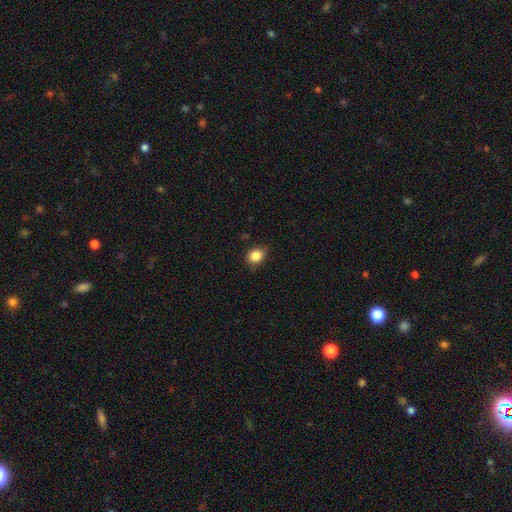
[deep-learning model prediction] smooth_or_featured: smooth (p=0.86) [alt: star or artifact p=0.10]
how_rounded: round (p=0.57) [alt: in between p=0.42]
merging: none (p=0.79) [alt: minor disturbance p=0.17]